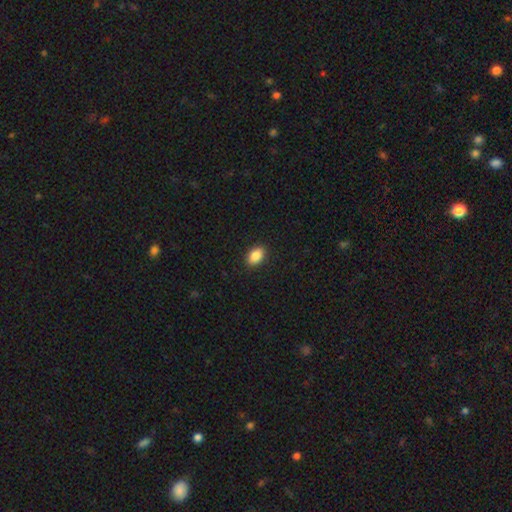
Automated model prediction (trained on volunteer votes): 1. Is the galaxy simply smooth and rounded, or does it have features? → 87% smooth, 8% star or artifact, 5% featured or disk.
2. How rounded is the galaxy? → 88% in between, 11% round, 2% cigar-shaped.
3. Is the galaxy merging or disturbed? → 90% none, 7% minor disturbance, 2% major disturbance, 1% merger.